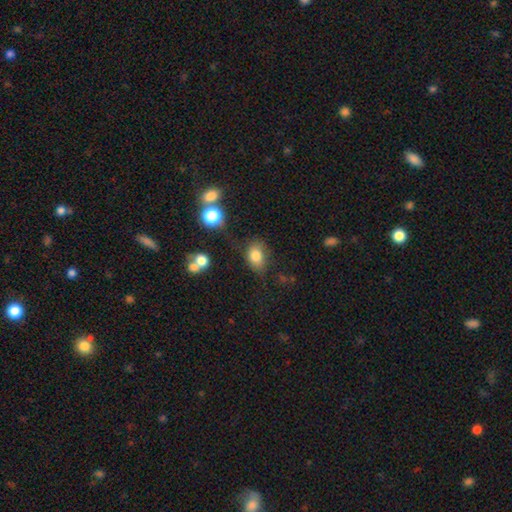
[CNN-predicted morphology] smooth-or-featured: smooth: 81% | star or artifact: 10% | featured or disk: 9%
  how-rounded: in between: 70% | round: 29% | cigar-shaped: 1%
  merging: none: 61% | minor disturbance: 24% | major disturbance: 9% | merger: 6%